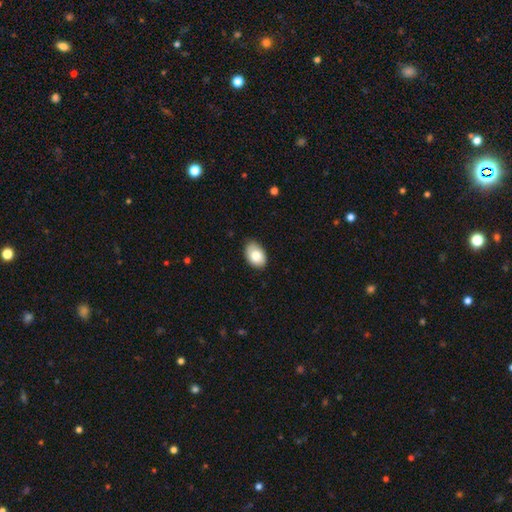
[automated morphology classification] Smooth or featured?
  - smooth: 84% *
  - featured or disk: 9%
  - star or artifact: 7%
How rounded?
  - in between: 86% *
  - round: 13%
  - cigar-shaped: 1%
Merging?
  - none: 79% *
  - minor disturbance: 17%
  - major disturbance: 2%
  - merger: 1%